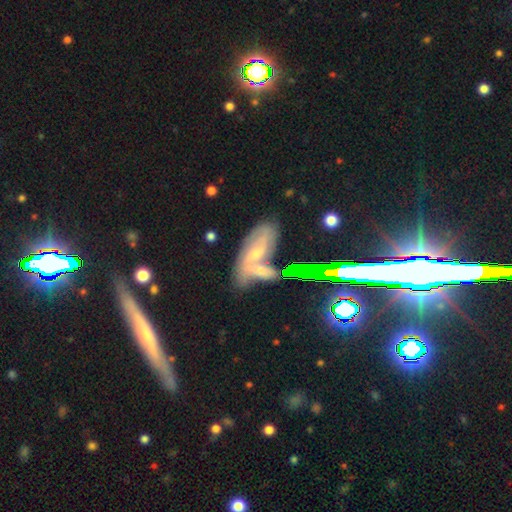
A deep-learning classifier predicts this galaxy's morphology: Smooth or featured?
  - featured or disk: 62% *
  - smooth: 24%
  - star or artifact: 14%
Edge-on disk?
  - no: 82% *
  - yes: 18%
Bar?
  - weak: 43% *
  - no: 37%
  - strong: 20%
Spiral arms?
  - yes: 79% *
  - no: 21%
Bulge size?
  - small: 56% *
  - moderate: 35%
  - none: 5%
  - large: 2%
  - dominant: 1%
Merging?
  - merger: 40% *
  - none: 39%
  - minor disturbance: 14%
  - major disturbance: 7%